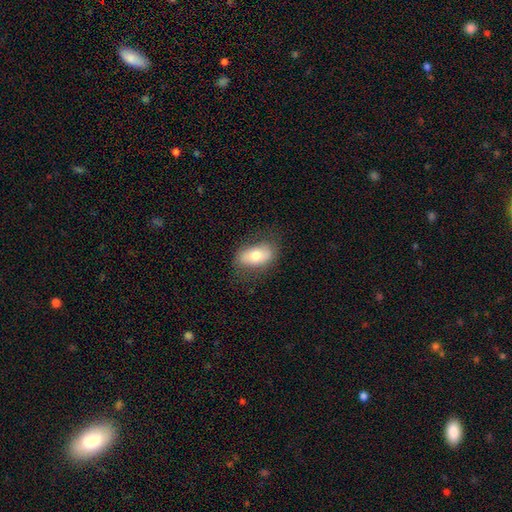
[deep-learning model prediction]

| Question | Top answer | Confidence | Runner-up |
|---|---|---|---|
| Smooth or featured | smooth | 69% | featured or disk (24%) |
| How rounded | in between | 89% | round (6%) |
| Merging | none | 76% | minor disturbance (17%) |